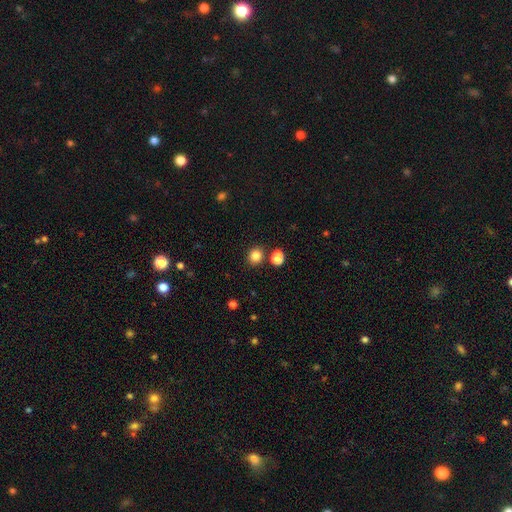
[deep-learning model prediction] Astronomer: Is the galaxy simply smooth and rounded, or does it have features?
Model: smooth — 83%.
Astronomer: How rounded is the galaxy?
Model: round — 78%.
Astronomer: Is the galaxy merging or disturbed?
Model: none — 80%.